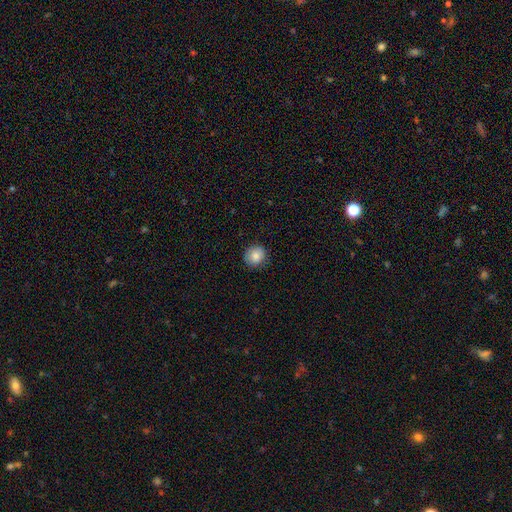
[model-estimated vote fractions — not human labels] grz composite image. It shows a smooth galaxy with no disk features (85%) that is round (85%). Merging: none (85%).